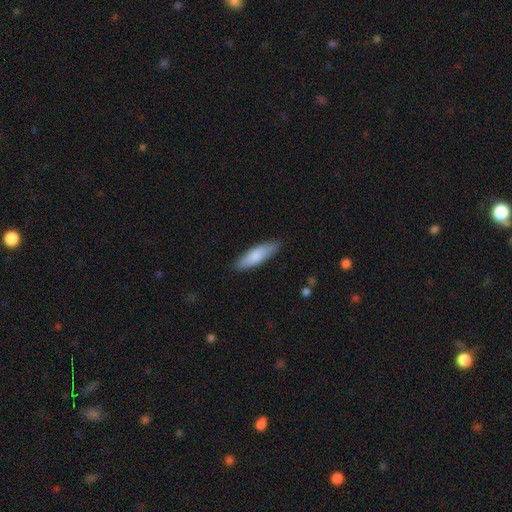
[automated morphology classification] smooth_or_featured: smooth (p=0.79) [alt: featured or disk p=0.15]
how_rounded: cigar-shaped (p=0.55) [alt: in between p=0.43]
merging: none (p=0.86) [alt: minor disturbance p=0.10]